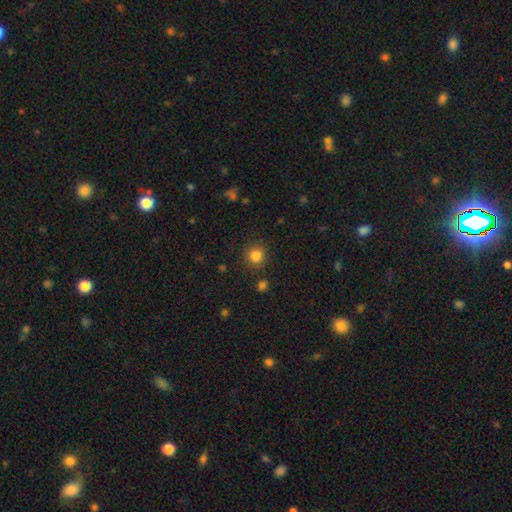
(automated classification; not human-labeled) A smooth galaxy with no disk features (84%) that is round (88%).

Vote fractions:
- Smooth or featured? smooth: 84% / star or artifact: 12% / featured or disk: 4%
- How rounded? round: 88% / in between: 11% / cigar-shaped: 1%
- Merging? none: 85% / minor disturbance: 9% / major disturbance: 3% / merger: 3%